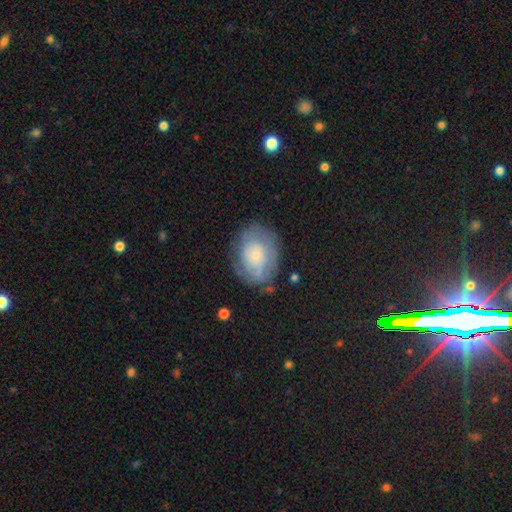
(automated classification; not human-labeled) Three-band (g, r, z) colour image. It shows a smooth galaxy with no disk features (54%) that is in between round and cigar-shaped (59%). Merging: none (65%).